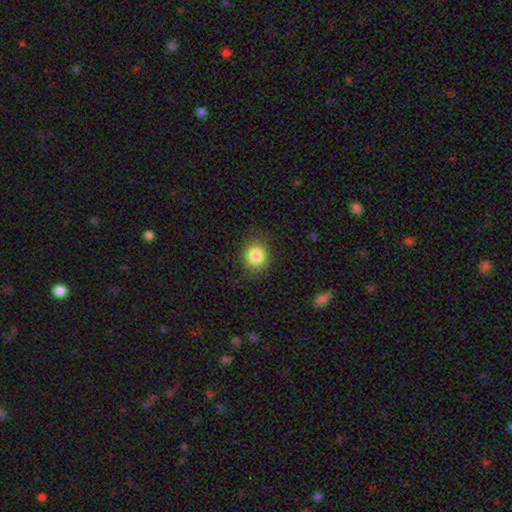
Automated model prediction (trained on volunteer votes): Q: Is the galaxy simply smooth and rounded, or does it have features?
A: smooth — 85%.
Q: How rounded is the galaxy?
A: round — 82%.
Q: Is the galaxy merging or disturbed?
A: none — 87%.